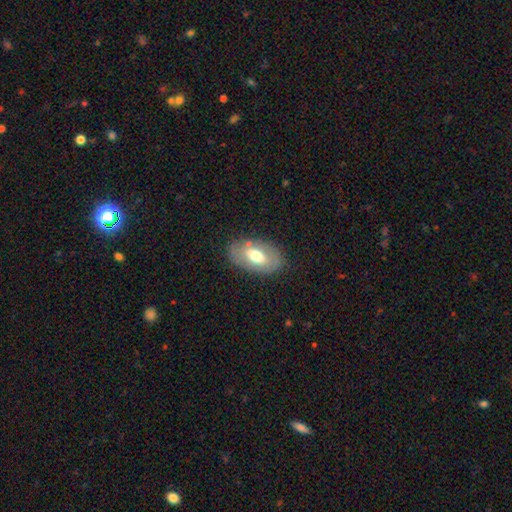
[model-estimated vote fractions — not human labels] Morphology: type=smooth (59%); roundness=in between (91%); merging=none (80%).